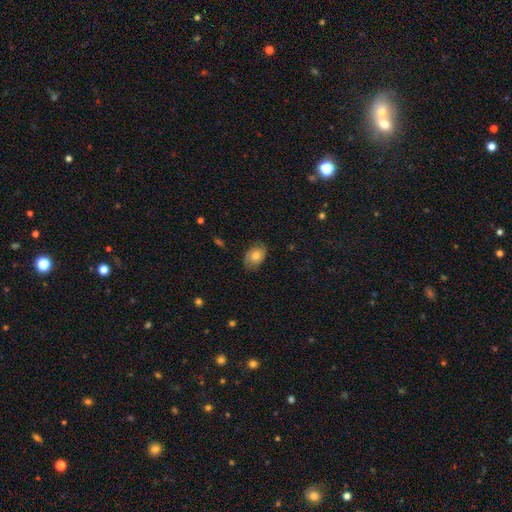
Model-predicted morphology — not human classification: smooth 60%, featured or disk 31%, star or artifact 8%. Down the decision tree: how rounded — in between (75%); merging — none (73%).